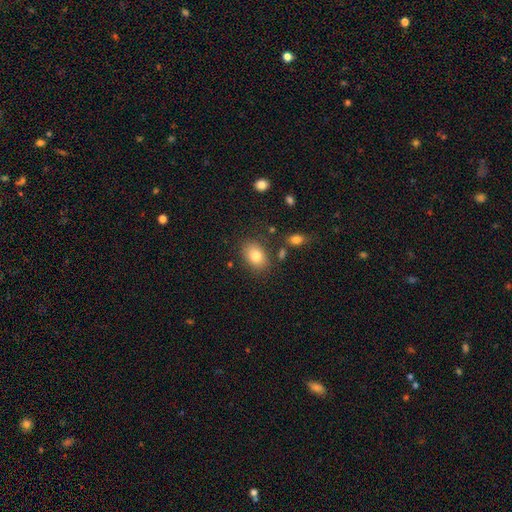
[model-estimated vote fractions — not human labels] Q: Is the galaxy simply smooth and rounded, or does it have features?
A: smooth — 81%.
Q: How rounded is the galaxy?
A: in between — 77%.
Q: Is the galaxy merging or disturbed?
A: none — 81%.